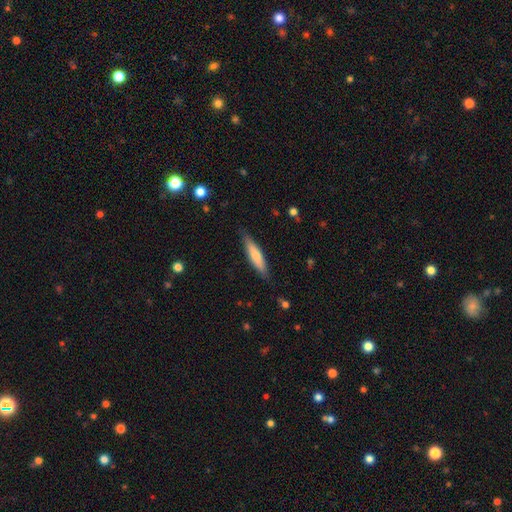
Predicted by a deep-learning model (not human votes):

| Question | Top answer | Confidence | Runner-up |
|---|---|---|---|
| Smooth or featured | smooth | 69% | featured or disk (26%) |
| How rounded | cigar-shaped | 80% | in between (19%) |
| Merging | none | 84% | minor disturbance (12%) |